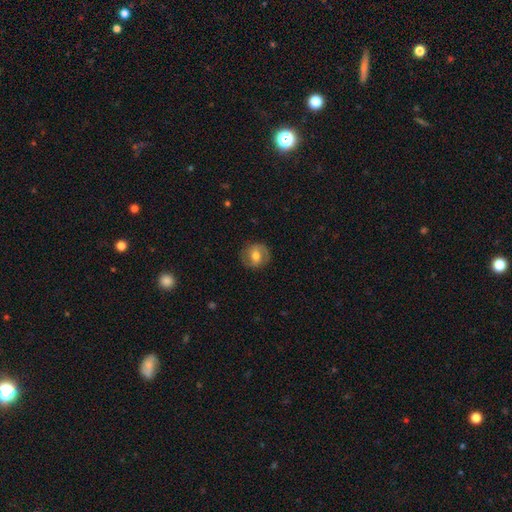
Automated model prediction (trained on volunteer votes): smooth_or_featured: smooth (p=0.47) [alt: featured or disk p=0.45]
merging: none (p=0.83) [alt: minor disturbance p=0.11]